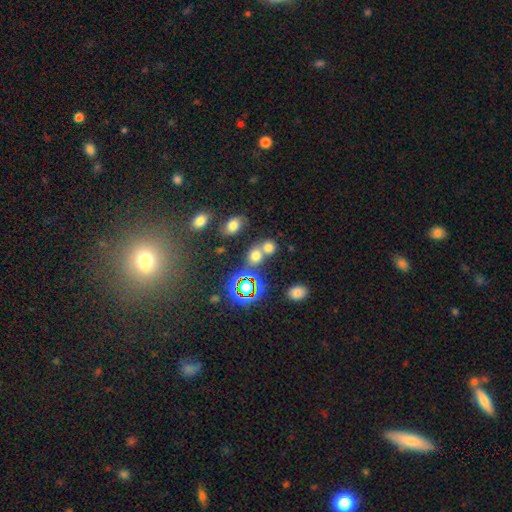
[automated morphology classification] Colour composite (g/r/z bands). It shows a smooth galaxy with no disk features (61%) that is round (69%). Merging: none (48%).